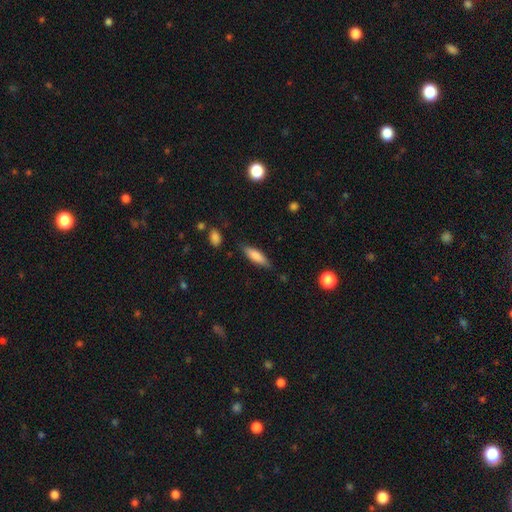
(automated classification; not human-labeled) smooth-or-featured: smooth: 79% | featured or disk: 15% | star or artifact: 7%
  how-rounded: cigar-shaped: 49% (tied) | in between: 49% (tied) | round: 2%
  merging: none: 80% | minor disturbance: 15% | major disturbance: 3% | merger: 2%